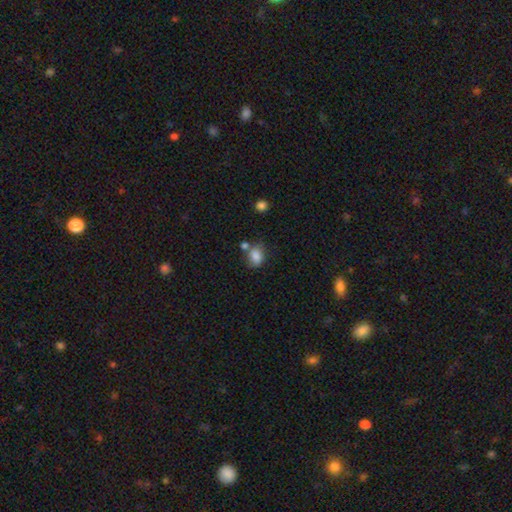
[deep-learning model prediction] Morphology: type=smooth (82%); roundness=in between (65%); merging=none (54%).